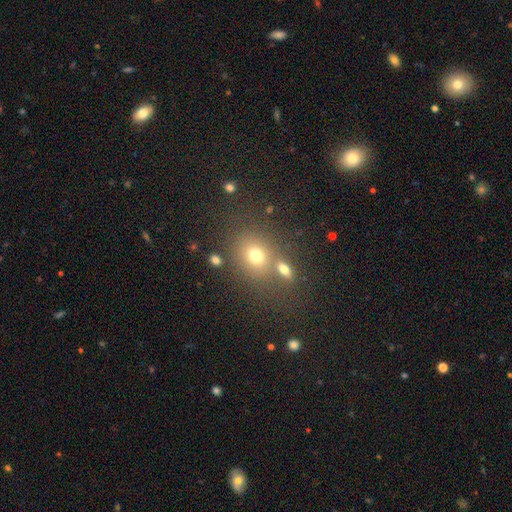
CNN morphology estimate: This appears to be a smooth galaxy with no disk features (70%) that is round (58%). Merging: none (61%).